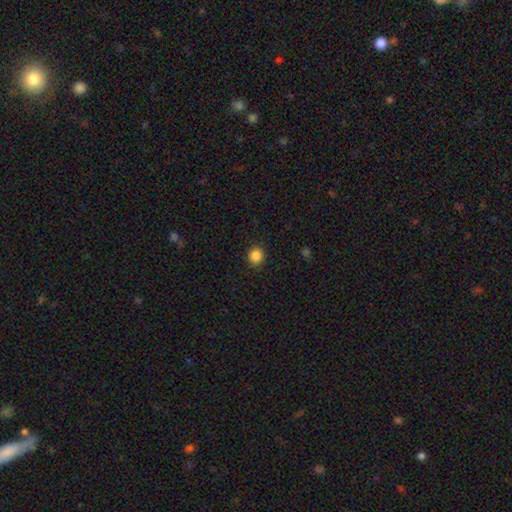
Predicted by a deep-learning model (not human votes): Morphology: type=smooth (86%); roundness=round (86%); merging=none (89%).